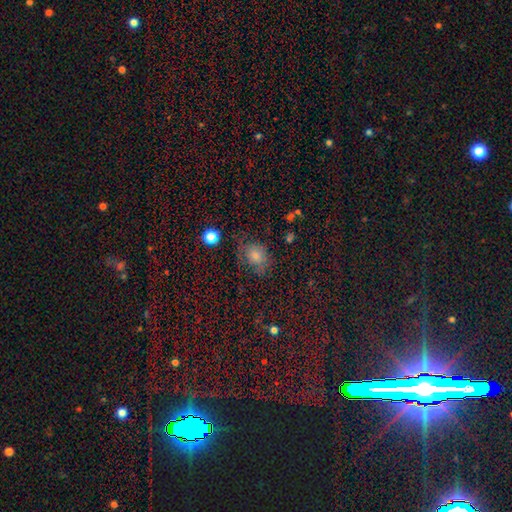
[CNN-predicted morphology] This appears to be a smooth galaxy with no disk features (72%) that is in between round and cigar-shaped (54%). Merging: none (64%).